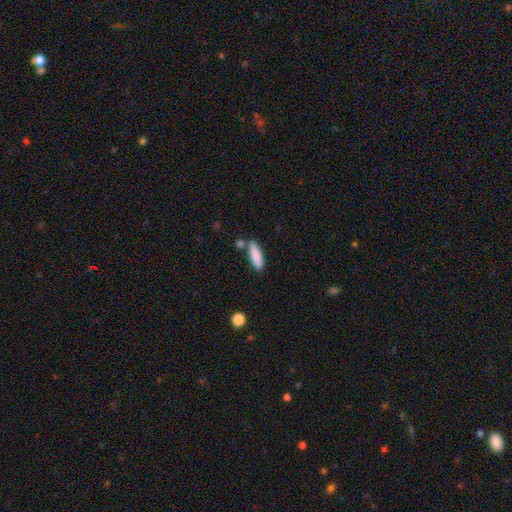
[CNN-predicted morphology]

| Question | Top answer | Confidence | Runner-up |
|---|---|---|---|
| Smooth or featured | smooth | 87% | featured or disk (7%) |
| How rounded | cigar-shaped | 50% | in between (48%) |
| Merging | none | 73% | minor disturbance (13%) |